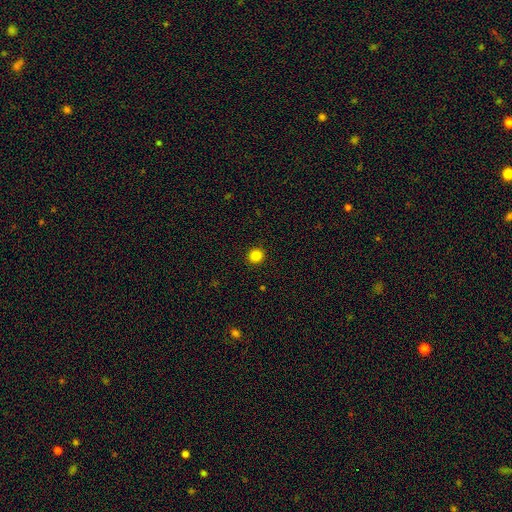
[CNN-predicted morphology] The model was most divided on "smooth or featured": smooth: 85%, star or artifact: 12%, featured or disk: 3%. More confident: merging — none (93%); how rounded — round (91%).